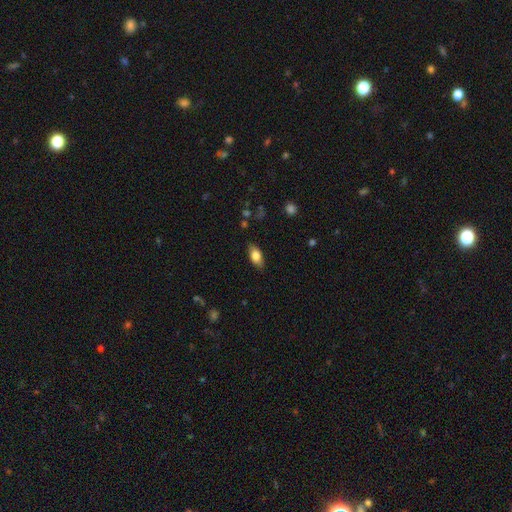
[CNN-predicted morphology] Smooth or featured?
  - smooth: 78% *
  - featured or disk: 15%
  - star or artifact: 7%
How rounded?
  - in between: 87% *
  - cigar-shaped: 8%
  - round: 5%
Merging?
  - none: 84% *
  - minor disturbance: 12%
  - major disturbance: 3%
  - merger: 1%